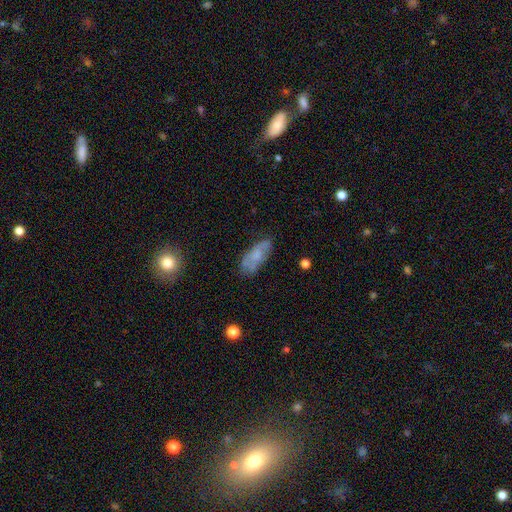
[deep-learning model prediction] smooth 56%, featured or disk 36%, star or artifact 8%. Down the decision tree: how rounded — in between (80%); merging — none (66%).